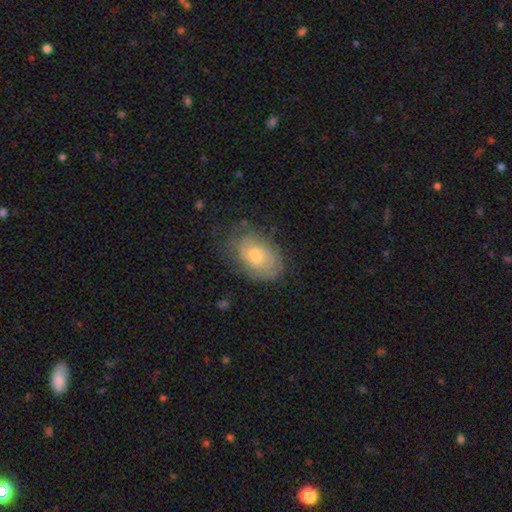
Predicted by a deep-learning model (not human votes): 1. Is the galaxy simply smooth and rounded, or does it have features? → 50% featured or disk, 43% smooth, 7% star or artifact.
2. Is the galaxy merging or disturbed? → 65% none, 25% minor disturbance, 9% major disturbance, 1% merger.